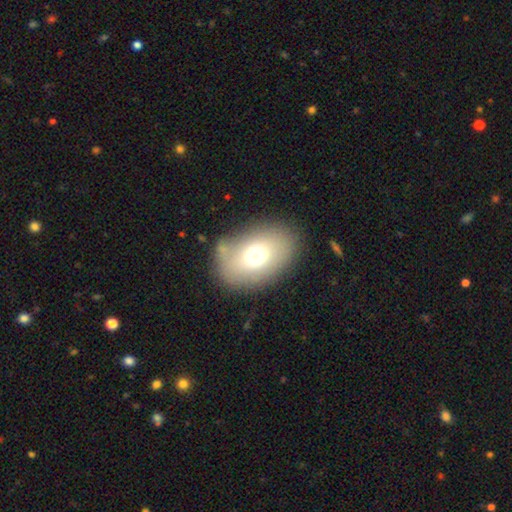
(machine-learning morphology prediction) type=smooth (69%); roundness=in between (80%); merging=none (80%).